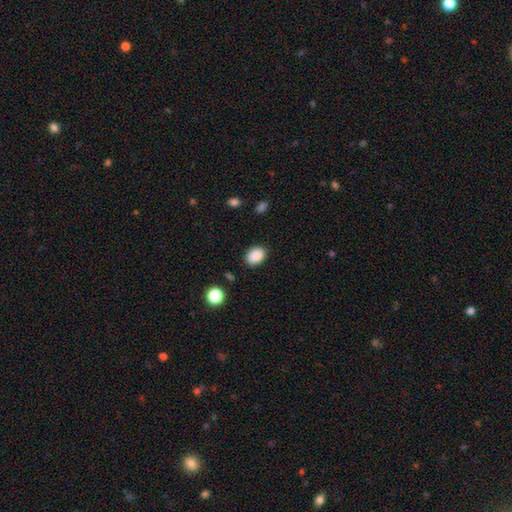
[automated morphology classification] Smooth or featured? smooth (88%)
How rounded? in between (74%)
Merging? none (87%)